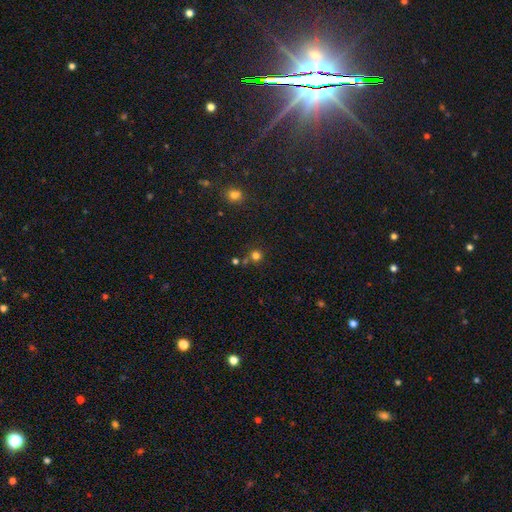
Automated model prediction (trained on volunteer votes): smooth-or-featured: smooth: 75% | star or artifact: 19% | featured or disk: 6%
  how-rounded: round: 93% | in between: 6% | cigar-shaped: 1%
  merging: none: 73% | merger: 14% | minor disturbance: 9% | major disturbance: 3%